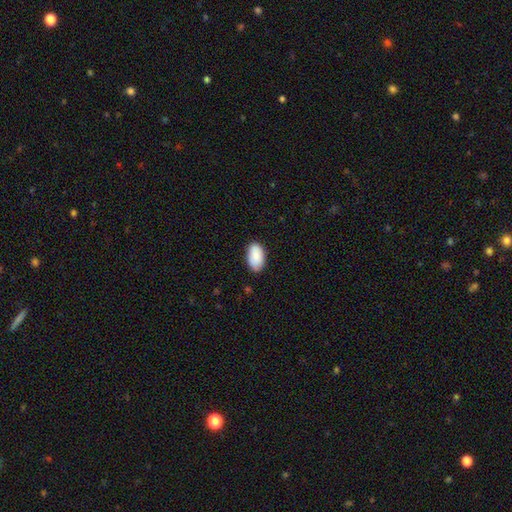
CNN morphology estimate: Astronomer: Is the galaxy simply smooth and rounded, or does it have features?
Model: smooth — 87%.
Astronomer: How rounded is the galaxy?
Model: in between — 95%.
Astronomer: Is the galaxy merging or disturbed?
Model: none — 82%.